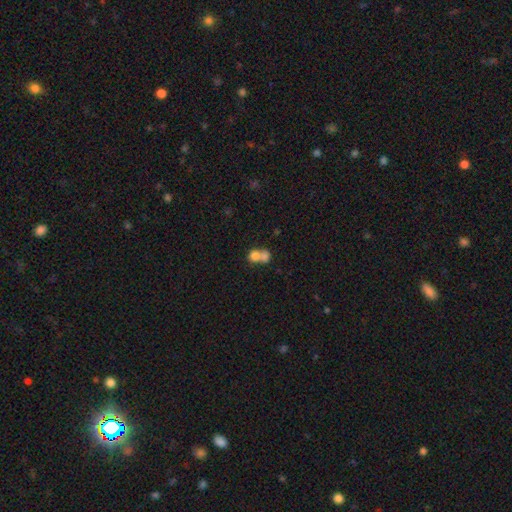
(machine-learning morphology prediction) Q: Smooth or featured?
A: smooth (76%); runner-up: featured or disk (14%)
Q: How rounded?
A: round (70%); runner-up: in between (28%)
Q: Merging?
A: merger (67%); runner-up: none (24%)